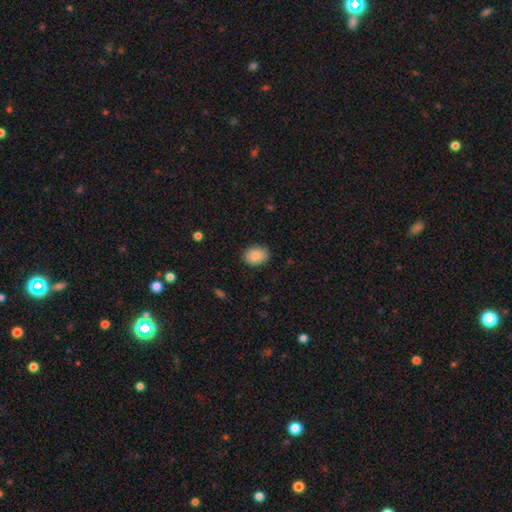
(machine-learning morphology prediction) Smooth or featured?
  - smooth: 88% *
  - star or artifact: 7%
  - featured or disk: 5%
How rounded?
  - in between: 69% *
  - round: 30%
  - cigar-shaped: 1%
Merging?
  - none: 87% *
  - minor disturbance: 10%
  - major disturbance: 2%
  - merger: 1%